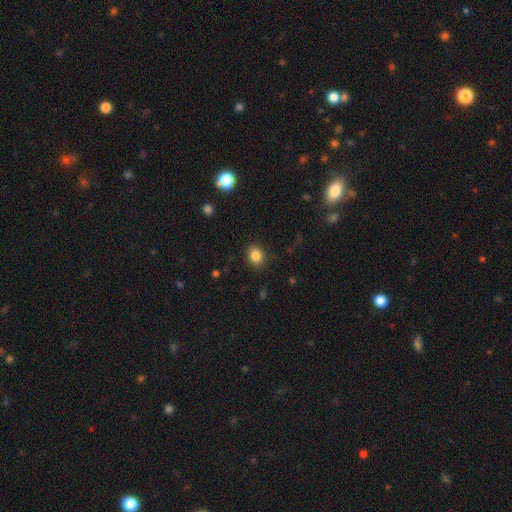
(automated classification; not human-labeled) Smooth or featured: smooth — 84% (star or artifact — 11%)
How rounded: in between — 52% (round — 47%)
Merging: none — 86% (minor disturbance — 10%)